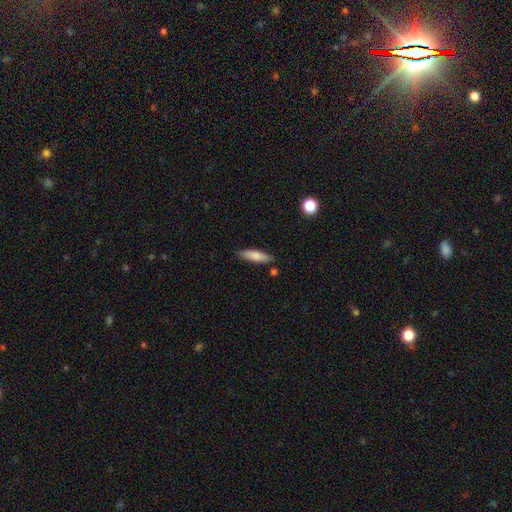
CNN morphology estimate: Q: Smooth or featured?
A: smooth (77%); runner-up: featured or disk (17%)
Q: How rounded?
A: cigar-shaped (71%); runner-up: in between (28%)
Q: Merging?
A: none (84%); runner-up: minor disturbance (11%)